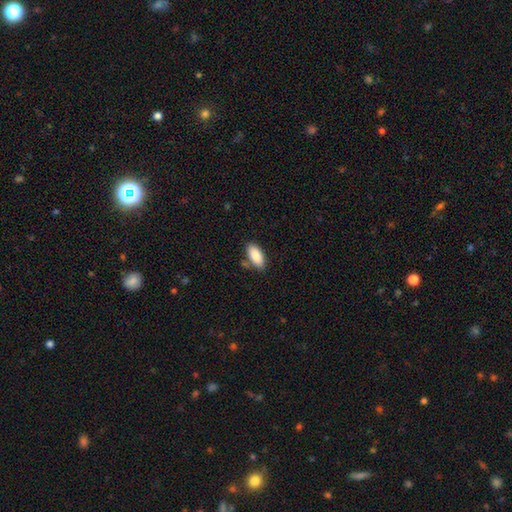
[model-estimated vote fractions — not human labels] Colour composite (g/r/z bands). It shows a smooth galaxy with no disk features (88%) that is in between round and cigar-shaped (89%). Merging: none (78%).